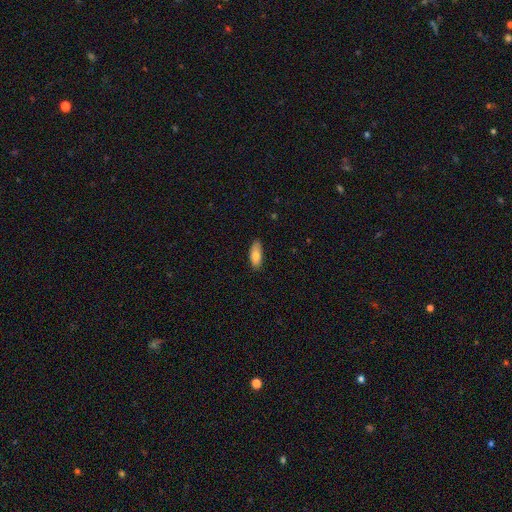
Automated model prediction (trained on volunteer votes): smooth_or_featured: smooth (p=0.80) [alt: featured or disk p=0.14]
how_rounded: in between (p=0.75) [alt: cigar-shaped p=0.23]
merging: none (p=0.83) [alt: minor disturbance p=0.14]